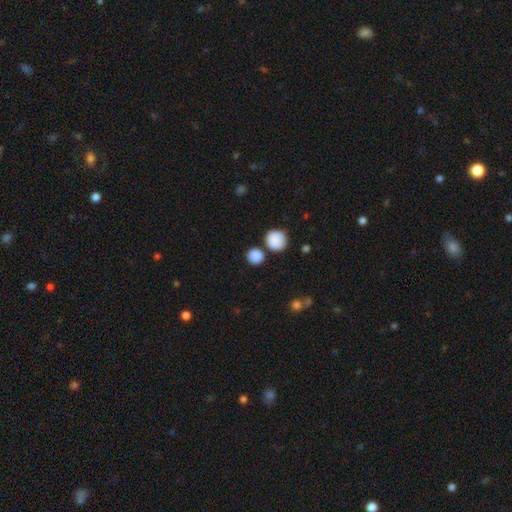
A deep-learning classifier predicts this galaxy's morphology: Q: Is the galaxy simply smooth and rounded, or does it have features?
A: smooth — 86%.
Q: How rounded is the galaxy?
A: round — 86%.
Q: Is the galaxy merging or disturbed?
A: none — 71%.